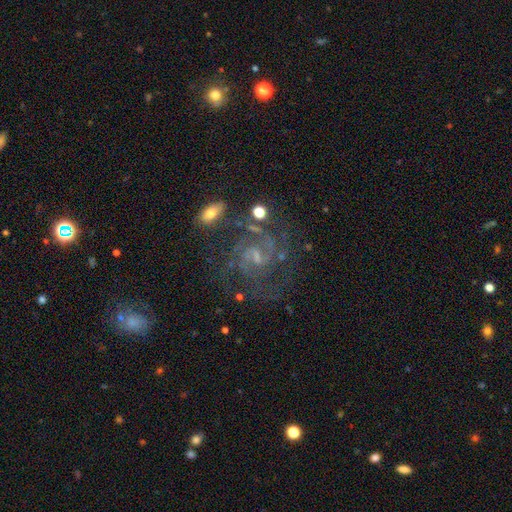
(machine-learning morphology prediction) featured or disk 83%, star or artifact 10%, smooth 7%. Down the decision tree: edge-on disk — no (97%); bar — weak (54%); spiral arms — yes (95%); spiral arm count — 2 (49%); spiral winding — medium (47%); bulge size — small (55%); merging — none (62%).